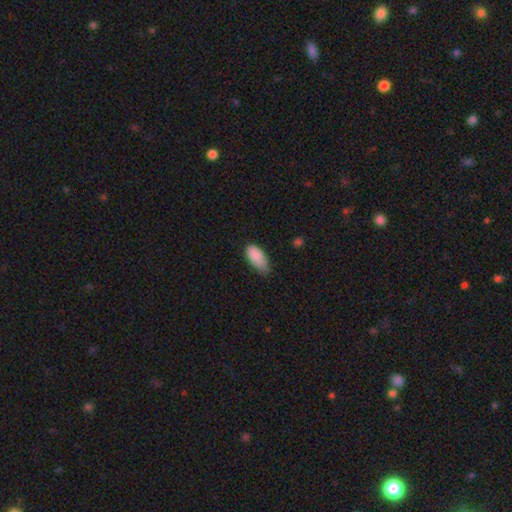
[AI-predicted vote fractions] A smooth galaxy with no disk features (88%) that is in between round and cigar-shaped (93%).

Vote fractions:
- Smooth or featured? smooth: 88% / star or artifact: 7% / featured or disk: 5%
- How rounded? in between: 93% / cigar-shaped: 5% / round: 2%
- Merging? minor disturbance: 47% / none: 43% / major disturbance: 8% / merger: 2%